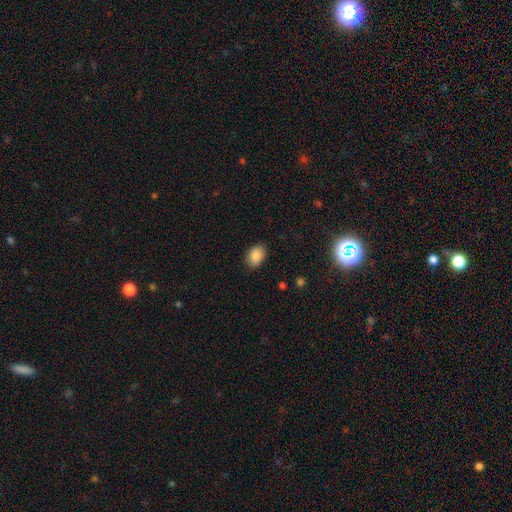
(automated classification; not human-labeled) This appears to be a smooth galaxy with no disk features (87%) that is in between round and cigar-shaped (76%). Merging: none (85%).